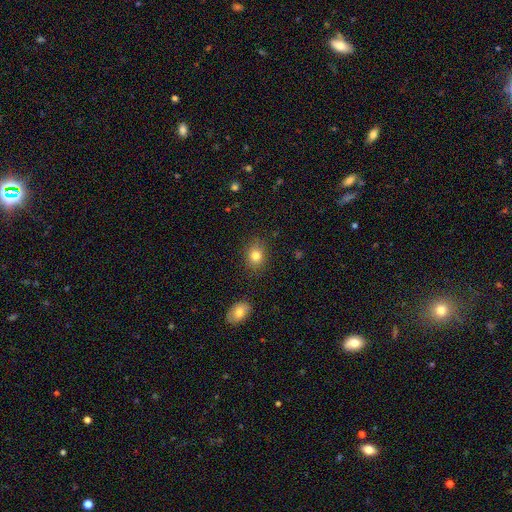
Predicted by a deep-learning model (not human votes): Smooth or featured: smooth — 81% (star or artifact — 11%)
How rounded: round — 52% (in between — 47%)
Merging: none — 84% (minor disturbance — 11%)